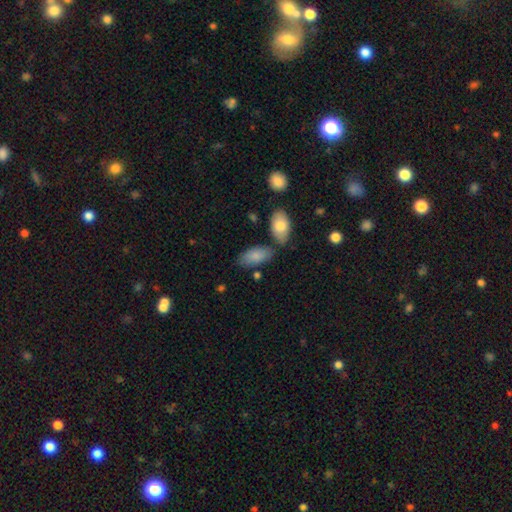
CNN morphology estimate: smooth-or-featured: smooth: 83% | featured or disk: 11% | star or artifact: 6%
  how-rounded: in between: 92% | cigar-shaped: 5% | round: 2%
  merging: none: 66% | minor disturbance: 18% | merger: 12% | major disturbance: 5%